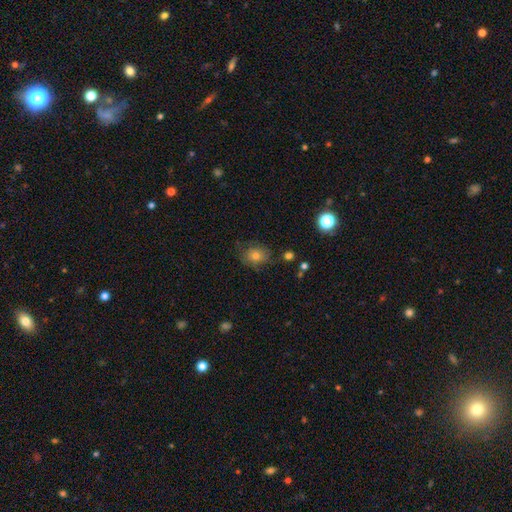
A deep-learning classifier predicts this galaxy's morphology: This is likely a smooth galaxy (73%). How rounded: possibly round (57%). Merging: likely none (71%).